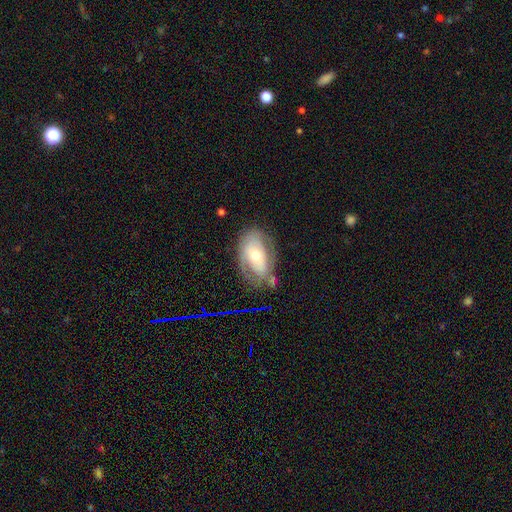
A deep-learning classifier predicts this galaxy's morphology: This appears to be a featured or disk galaxy (61%) with no bar (62%), spiral arms (65%) and a moderate central bulge (59%). Merging: none (58%).